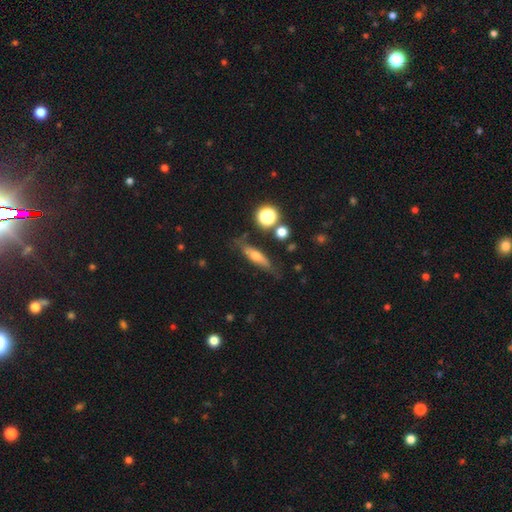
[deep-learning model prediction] smooth 51%, featured or disk 39%, star or artifact 10%. Down the decision tree: how rounded — cigar-shaped (68%); merging — none (71%).